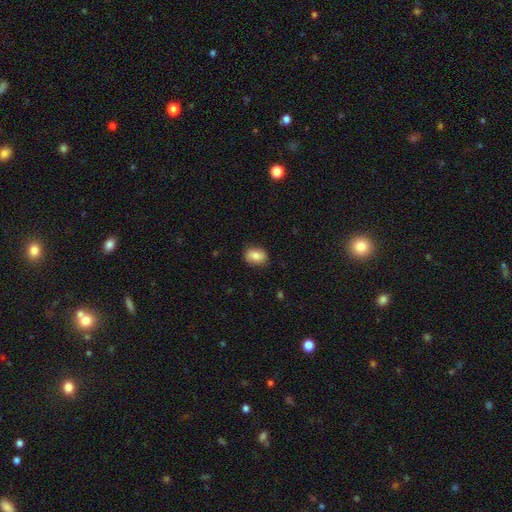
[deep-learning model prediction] This appears to be a smooth galaxy with no disk features (82%) that is in between round and cigar-shaped (66%). Merging: none (84%).